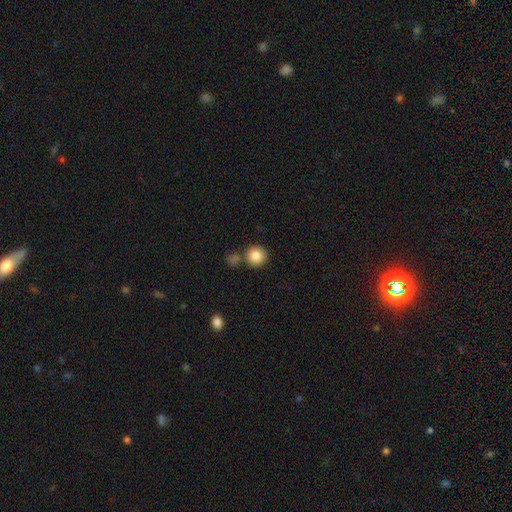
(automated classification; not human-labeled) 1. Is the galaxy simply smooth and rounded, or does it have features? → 85% smooth, 9% star or artifact, 6% featured or disk.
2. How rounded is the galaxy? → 93% round, 6% in between, 1% cigar-shaped.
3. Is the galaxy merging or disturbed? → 75% none, 14% merger, 9% minor disturbance, 3% major disturbance.